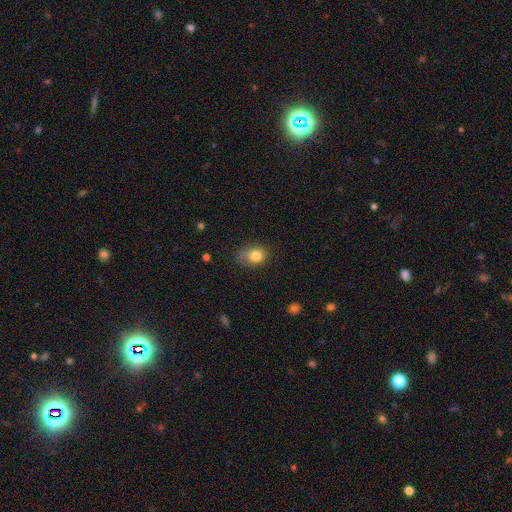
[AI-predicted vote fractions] Smooth or featured?
  - smooth: 80% *
  - star or artifact: 10%
  - featured or disk: 9%
How rounded?
  - in between: 62% *
  - round: 37%
  - cigar-shaped: 1%
Merging?
  - none: 58% *
  - minor disturbance: 31%
  - major disturbance: 9%
  - merger: 2%